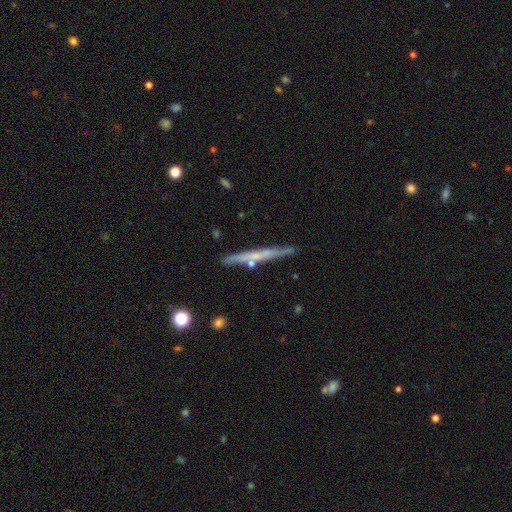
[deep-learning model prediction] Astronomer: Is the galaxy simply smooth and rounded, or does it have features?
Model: featured or disk — 54% (runner-up: smooth, 39%).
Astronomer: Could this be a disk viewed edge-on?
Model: yes — 95%.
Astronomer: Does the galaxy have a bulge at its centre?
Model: none — 71%.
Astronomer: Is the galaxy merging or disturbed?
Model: none — 84%.